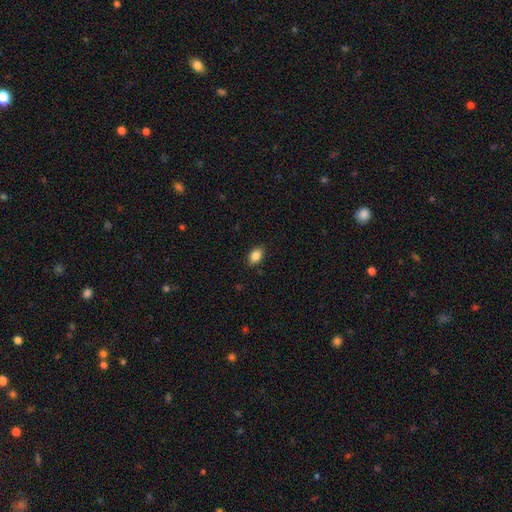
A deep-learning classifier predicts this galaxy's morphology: type=smooth (86%); roundness=in between (82%); merging=none (88%).